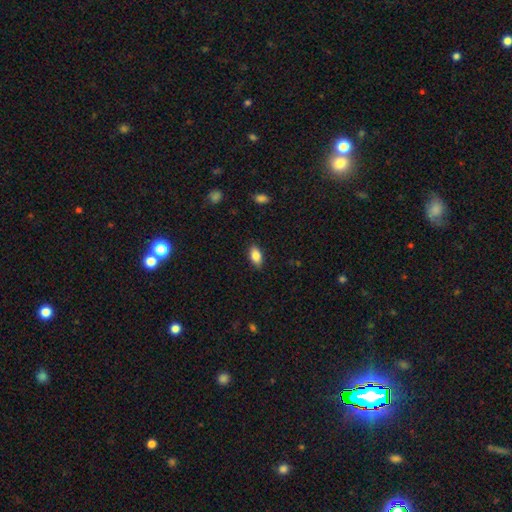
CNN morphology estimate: Q: Smooth or featured?
A: smooth (85%); runner-up: star or artifact (7%)
Q: How rounded?
A: in between (90%); runner-up: cigar-shaped (5%)
Q: Merging?
A: none (87%); runner-up: minor disturbance (10%)